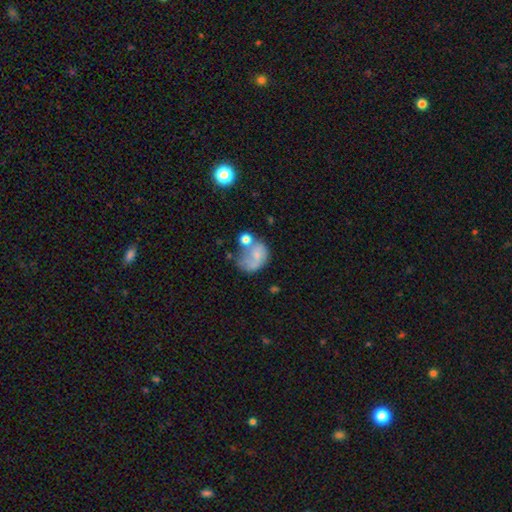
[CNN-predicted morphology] A smooth galaxy with no disk features (55%) that is in between round and cigar-shaped (55%).

Vote fractions:
- Smooth or featured? smooth: 55% / featured or disk: 34% / star or artifact: 11%
- How rounded? in between: 55% / round: 44% / cigar-shaped: 1%
- Merging? major disturbance: 28% / merger: 26% / none: 24% / minor disturbance: 22%